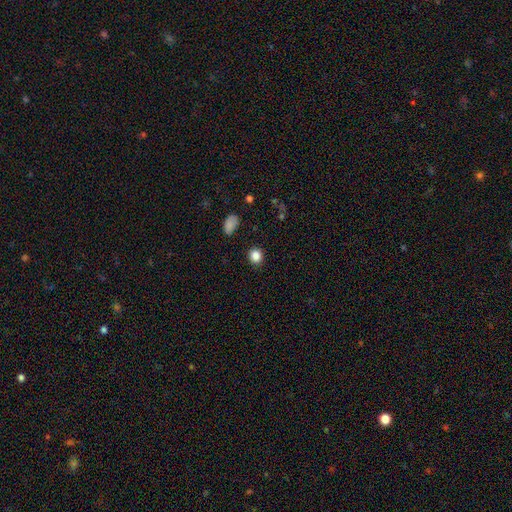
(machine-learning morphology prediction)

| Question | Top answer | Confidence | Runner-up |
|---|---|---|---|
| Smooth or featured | smooth | 85% | star or artifact (11%) |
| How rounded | round | 80% | in between (19%) |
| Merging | none | 89% | minor disturbance (7%) |